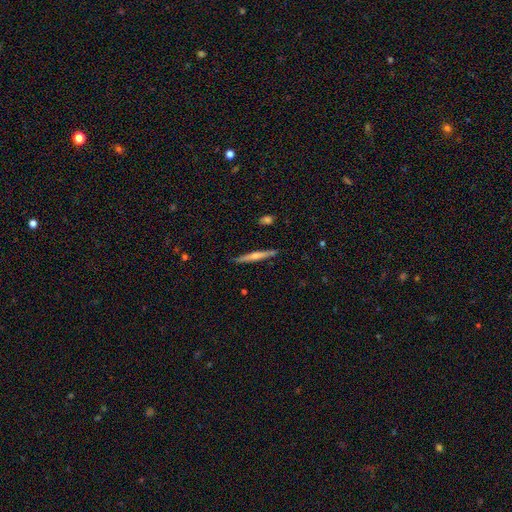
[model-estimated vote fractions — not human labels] Smooth or featured? featured or disk (66%)
Edge-on disk? yes (98%)
Edge-on bulge? rounded (72%)
Merging? none (91%)